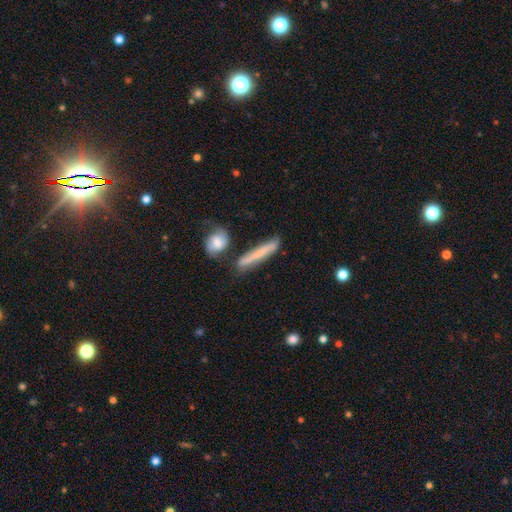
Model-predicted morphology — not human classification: Smooth or featured? Predicted: smooth (p=0.62). How rounded? Predicted: cigar-shaped (p=0.92). Merging? Predicted: none (p=0.73).